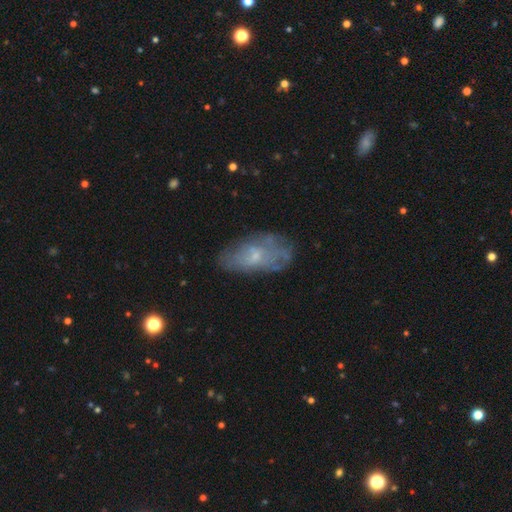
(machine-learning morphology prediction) Smooth or featured? featured or disk (48%)
Merging? none (59%)